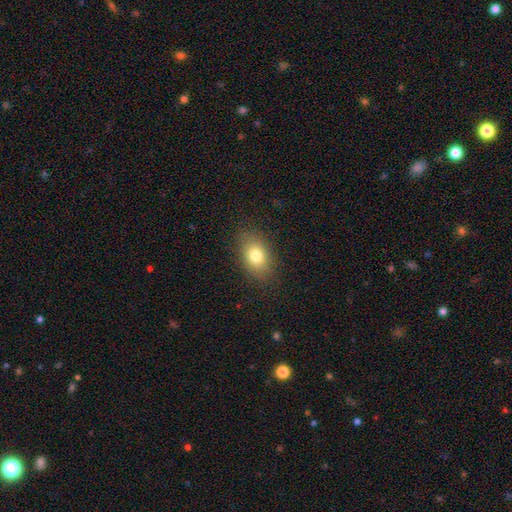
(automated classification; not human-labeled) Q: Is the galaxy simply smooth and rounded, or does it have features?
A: smooth — 78%.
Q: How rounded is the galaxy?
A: in between — 82%.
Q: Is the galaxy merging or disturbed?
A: none — 85%.